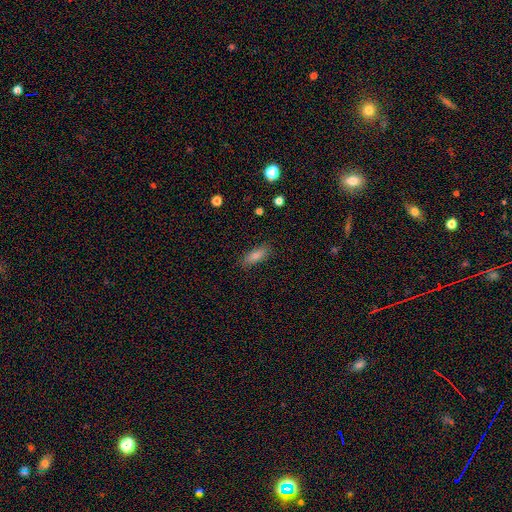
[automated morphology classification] This appears to be a smooth galaxy with no disk features (84%) that is in between round and cigar-shaped (64%). Merging: none (85%).